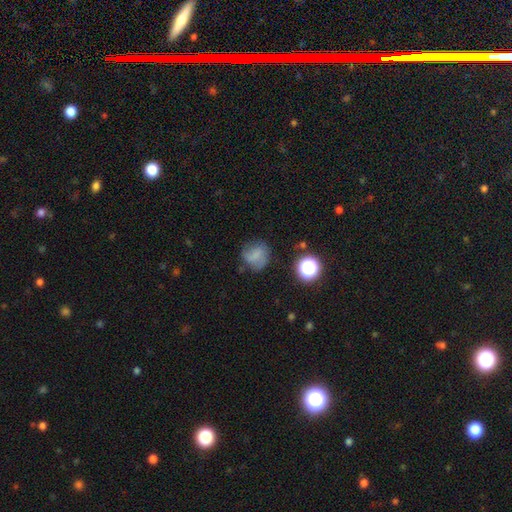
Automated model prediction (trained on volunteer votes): Smooth or featured?
  - smooth: 63% *
  - featured or disk: 22%
  - star or artifact: 15%
How rounded?
  - round: 75% *
  - in between: 24%
  - cigar-shaped: 1%
Merging?
  - none: 58% *
  - minor disturbance: 26%
  - major disturbance: 13%
  - merger: 3%